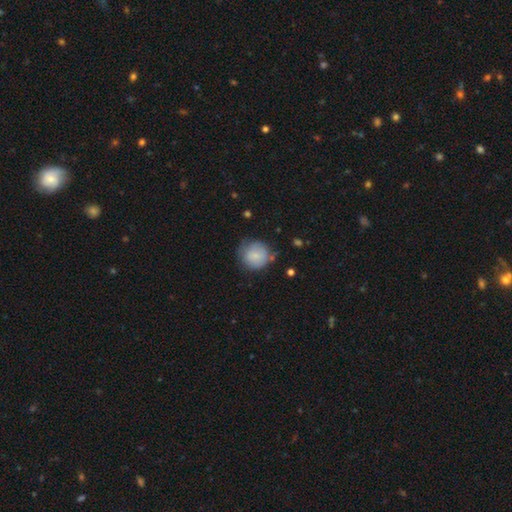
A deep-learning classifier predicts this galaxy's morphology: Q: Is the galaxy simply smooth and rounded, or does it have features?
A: smooth — 80%.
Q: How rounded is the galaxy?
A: round — 89%.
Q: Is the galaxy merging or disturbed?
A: none — 66%.